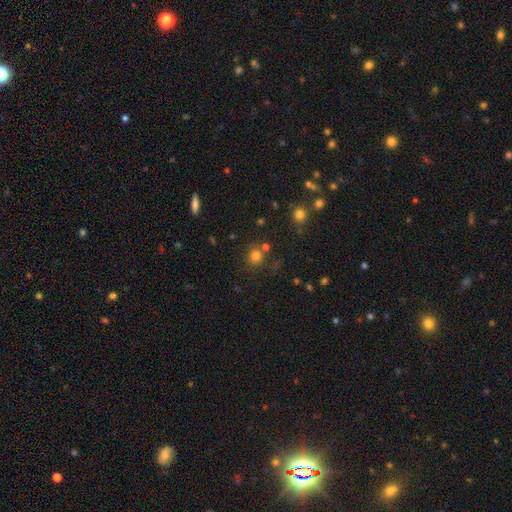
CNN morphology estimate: The model was most divided on "smooth or featured": smooth: 77%, star or artifact: 16%, featured or disk: 7%. More confident: how rounded — round (84%); merging — none (73%).